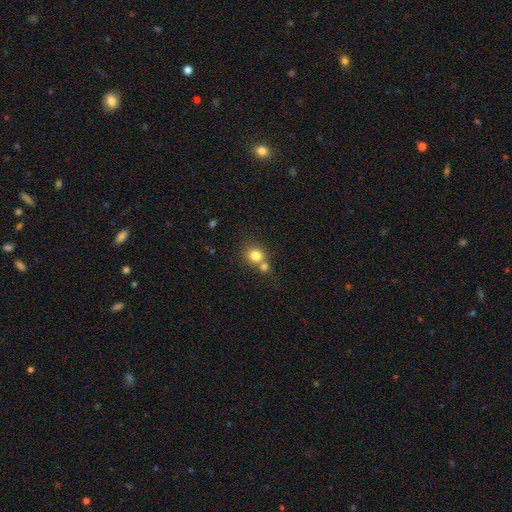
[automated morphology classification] Smooth or featured? Predicted: smooth (p=0.80). How rounded? Predicted: round (p=0.78). Merging? Predicted: none (p=0.48).